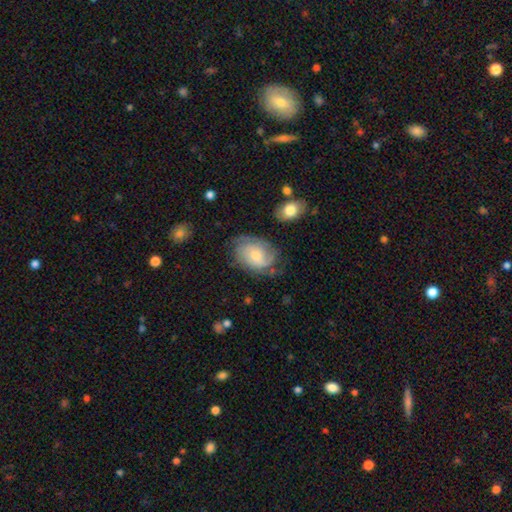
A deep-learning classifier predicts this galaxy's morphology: Smooth or featured? Predicted: featured or disk (p=0.66). Edge-on disk? Predicted: no (p=0.97). Bar? Predicted: no (p=0.69). Spiral arms? Predicted: yes (p=0.90). Spiral winding? Predicted: tight (p=0.50). Spiral arm count? Predicted: 2 (p=0.35, tied with can't tell). Bulge size? Predicted: small (p=0.55). Merging? Predicted: none (p=0.63).